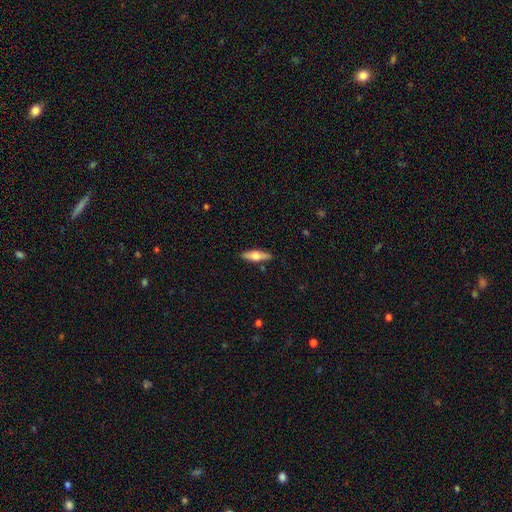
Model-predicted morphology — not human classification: Q: Smooth or featured?
A: featured or disk (49%); runner-up: smooth (45%)
Q: Merging?
A: none (87%); runner-up: minor disturbance (9%)